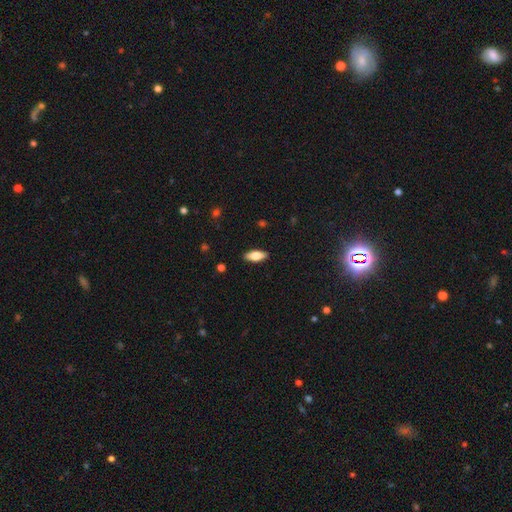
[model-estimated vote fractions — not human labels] The model was most divided on "smooth or featured": smooth: 71%, featured or disk: 23%, star or artifact: 6%. More confident: merging — none (89%); how rounded — in between (74%).